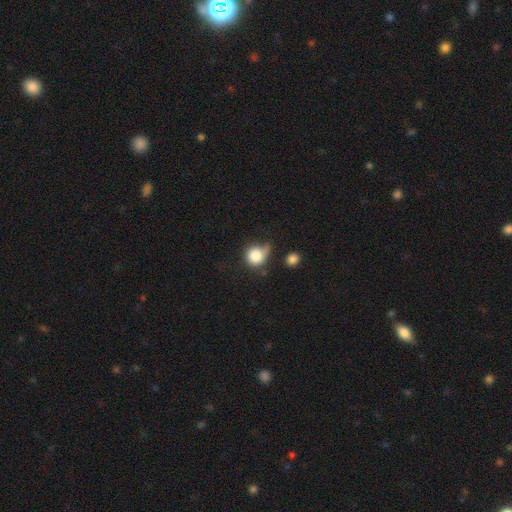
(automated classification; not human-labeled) Morphology: type=smooth (82%); roundness=round (84%); merging=none (39%).